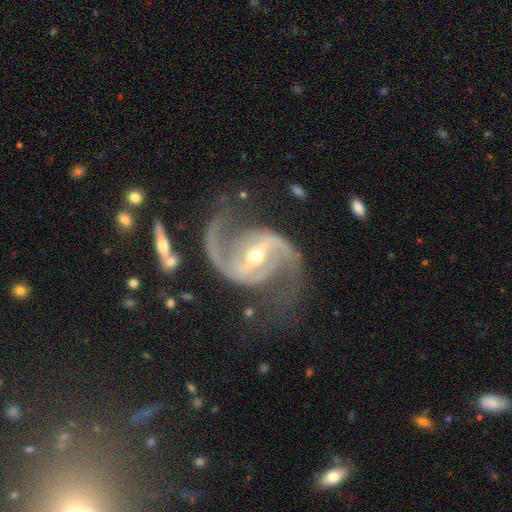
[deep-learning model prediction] smooth-or-featured: featured or disk: 94% | star or artifact: 4% | smooth: 2%
  disk-edge-on: no: 98% | yes: 2%
    bar: strong: 60% | weak: 31% | no: 10%
    has-spiral-arms: yes: 98% | no: 2%
      spiral-winding: medium: 56% | loose: 33% | tight: 11%
      spiral-arm-count: 2: 94% | 3: 1% | can't tell: 1% | 1: 1% | 4: 1% | more than 4: 1%
    bulge-size: small: 52% | moderate: 45% | large: 2% | none: 1% | dominant: 1%
  merging: none: 72% | minor disturbance: 15% | major disturbance: 10% | merger: 2%